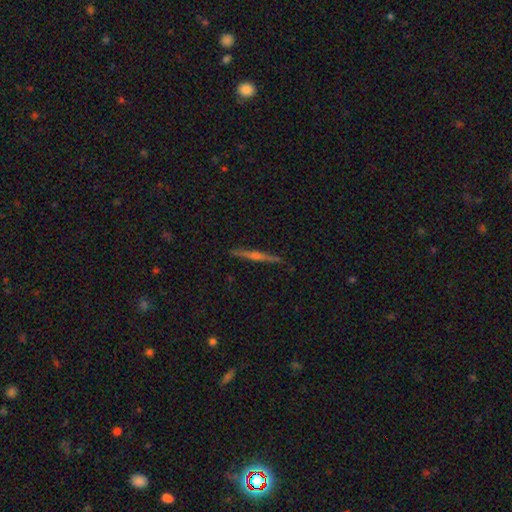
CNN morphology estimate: Smooth or featured: featured or disk — 68% (smooth — 25%)
Edge-on disk: yes — 98% (no — 2%)
Edge-on bulge: rounded — 65% (none — 23%)
Merging: none — 91% (minor disturbance — 7%)